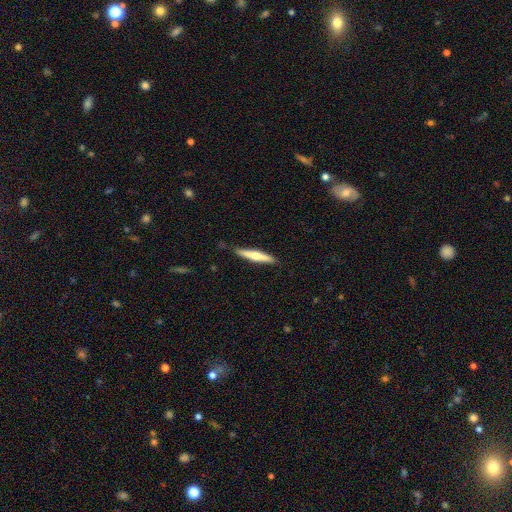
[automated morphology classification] type=featured or disk (53%); edge-on=yes (95%); edge-on bulge=rounded (87%); merging=none (84%).